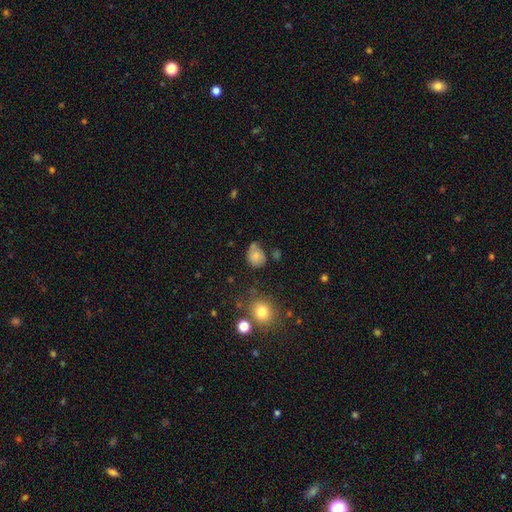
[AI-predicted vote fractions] smooth-or-featured: smooth: 76% | star or artifact: 12% | featured or disk: 12%
  how-rounded: round: 63% | in between: 36% | cigar-shaped: 1%
  merging: none: 52% | minor disturbance: 30% | major disturbance: 11% | merger: 7%